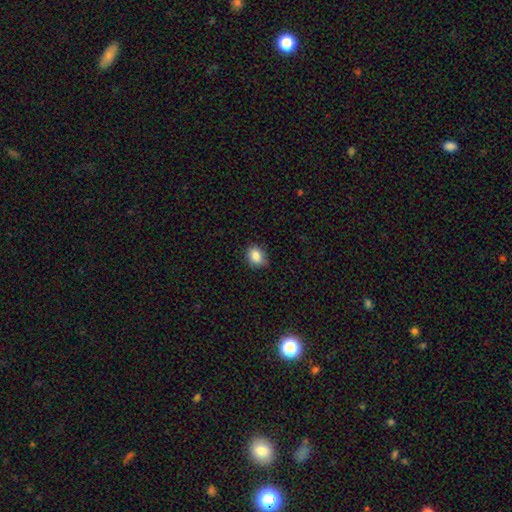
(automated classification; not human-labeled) Morphology: type=smooth (87%); roundness=in between (56%); merging=none (78%).